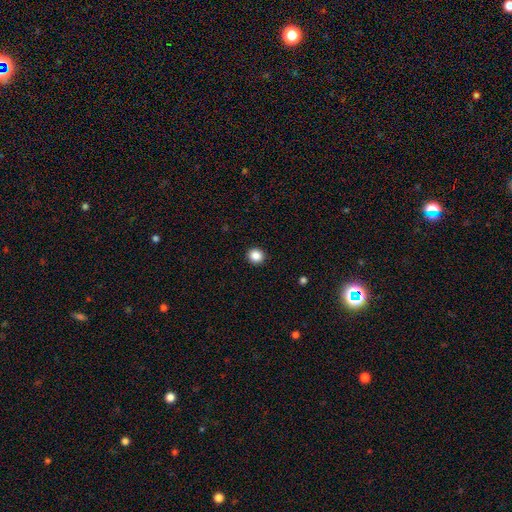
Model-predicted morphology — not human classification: smooth_or_featured: smooth (p=0.87) [alt: star or artifact p=0.10]
how_rounded: round (p=0.90) [alt: in between p=0.09]
merging: none (p=0.93) [alt: minor disturbance p=0.04]